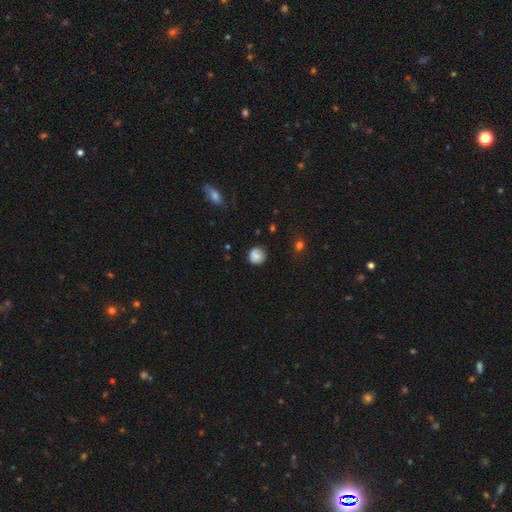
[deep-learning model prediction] smooth 80%, featured or disk 11%, star or artifact 9%. Down the decision tree: how rounded — round (92%); merging — none (80%).